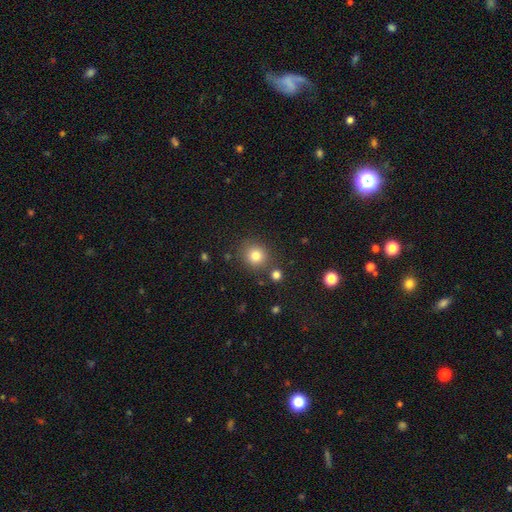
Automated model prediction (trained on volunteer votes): smooth 80%, star or artifact 13%, featured or disk 7%. Down the decision tree: how rounded — round (86%); merging — none (82%).